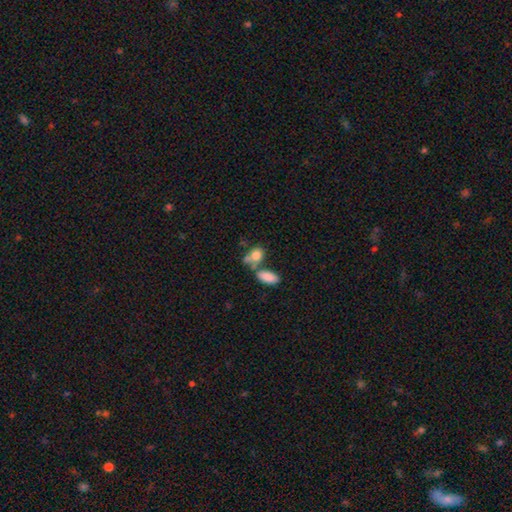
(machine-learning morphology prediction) A smooth galaxy with no disk features (80%) that is in between round and cigar-shaped (74%). Merging: merger (45%).